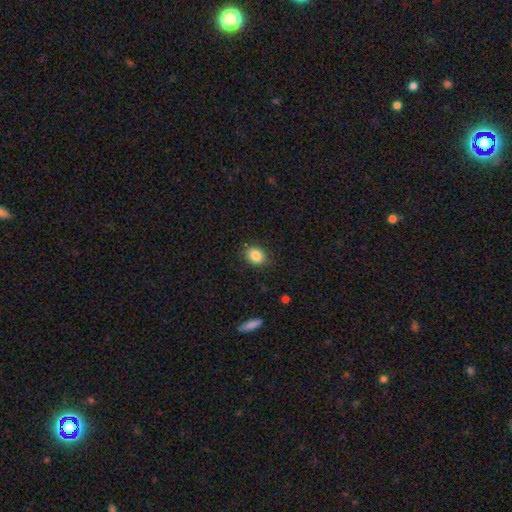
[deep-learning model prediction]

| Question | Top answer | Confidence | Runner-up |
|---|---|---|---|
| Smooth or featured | smooth | 85% | star or artifact (9%) |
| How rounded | in between | 57% | round (42%) |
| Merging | none | 87% | minor disturbance (9%) |